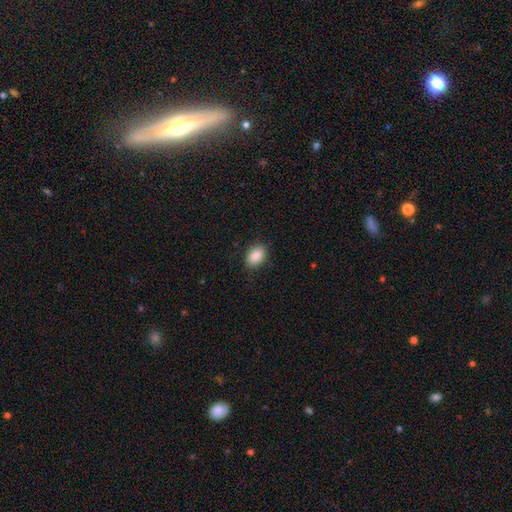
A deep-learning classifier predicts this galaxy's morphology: smooth-or-featured: smooth: 89% | star or artifact: 7% | featured or disk: 4%
  how-rounded: in between: 85% | round: 14% | cigar-shaped: 1%
  merging: none: 85% | minor disturbance: 11% | major disturbance: 3% | merger: 1%